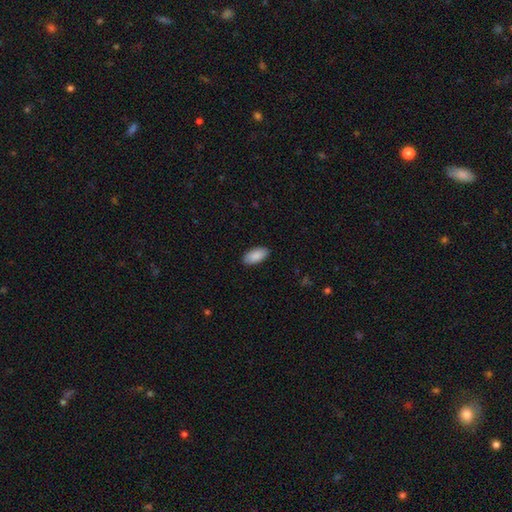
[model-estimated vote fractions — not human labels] Overall: smooth (90%). How rounded: in between (93%). Merging: none (89%).